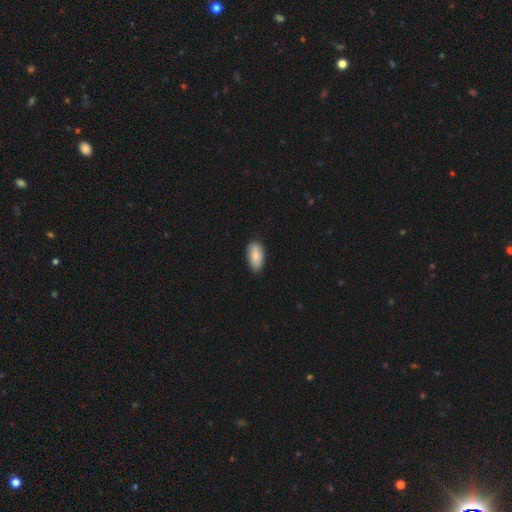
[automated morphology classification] This appears to be a smooth galaxy with no disk features (83%) that is in between round and cigar-shaped (92%). Merging: none (80%).